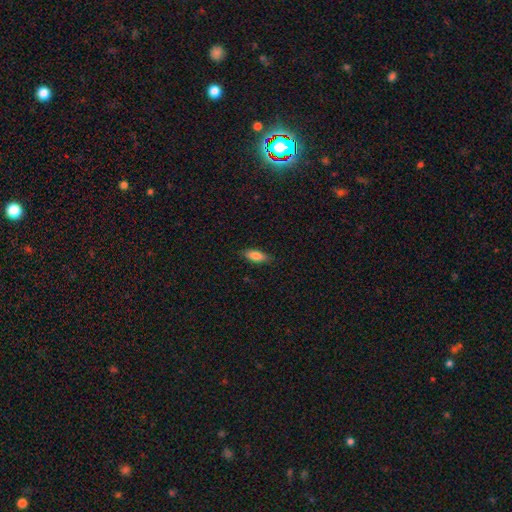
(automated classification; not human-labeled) Smooth or featured? Predicted: smooth (p=0.83). How rounded? Predicted: in between (p=0.75). Merging? Predicted: none (p=0.86).